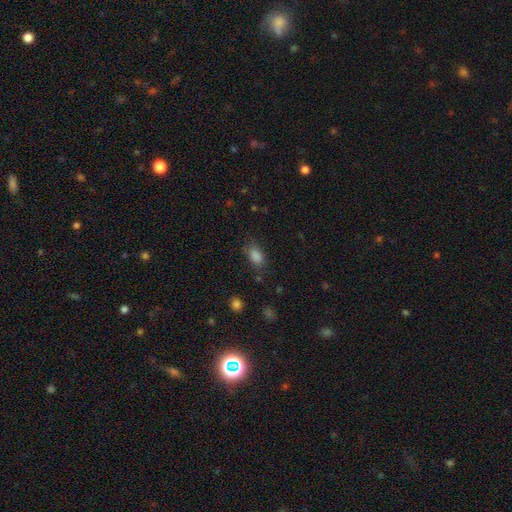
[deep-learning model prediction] Q: Smooth or featured?
A: smooth (83%); runner-up: star or artifact (12%)
Q: How rounded?
A: in between (86%); runner-up: round (11%)
Q: Merging?
A: none (75%); runner-up: minor disturbance (17%)